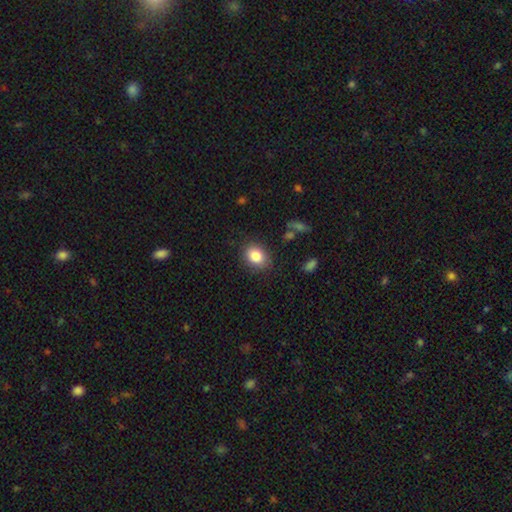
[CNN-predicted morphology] smooth-or-featured: smooth: 85% | star or artifact: 9% | featured or disk: 6%
  how-rounded: in between: 56% | round: 43% | cigar-shaped: 1%
  merging: none: 83% | minor disturbance: 12% | major disturbance: 3% | merger: 1%